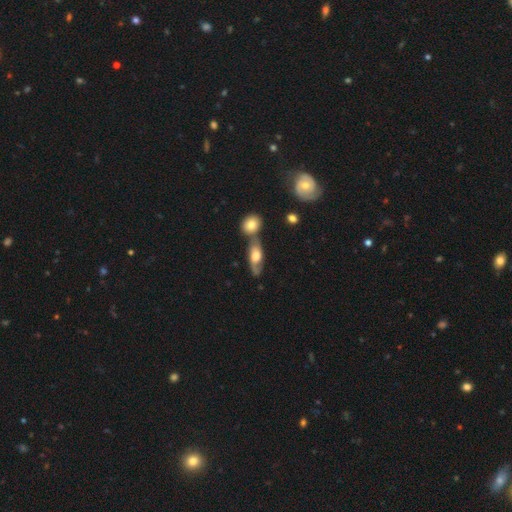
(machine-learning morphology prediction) Smooth or featured? featured or disk (52%)
Edge-on disk? no (75%)
Merging? none (46%)